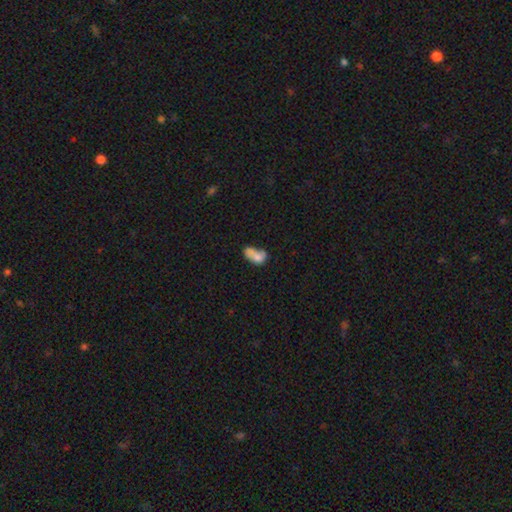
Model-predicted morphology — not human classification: Smooth or featured? smooth (67%)
How rounded? in between (83%)
Merging? merger (49%)